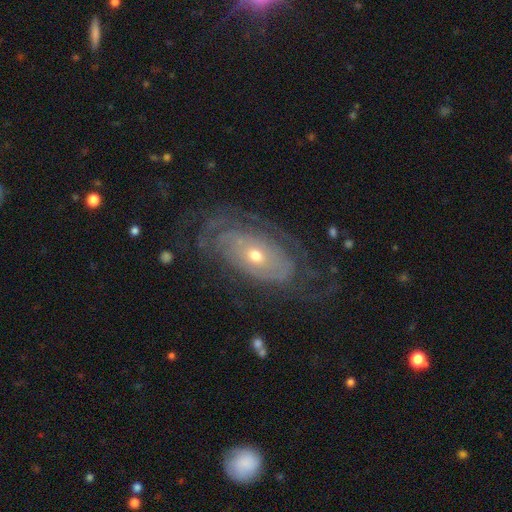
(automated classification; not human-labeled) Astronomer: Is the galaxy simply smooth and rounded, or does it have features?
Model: featured or disk — 80%.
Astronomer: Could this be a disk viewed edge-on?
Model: no — 93%.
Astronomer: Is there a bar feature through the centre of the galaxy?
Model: no — 81%.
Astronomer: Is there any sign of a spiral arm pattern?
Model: yes — 84%.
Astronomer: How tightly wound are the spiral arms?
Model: tight — 69%.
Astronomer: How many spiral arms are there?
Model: can't tell — 48%.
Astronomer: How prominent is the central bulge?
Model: moderate — 51% (runner-up: small, 44%).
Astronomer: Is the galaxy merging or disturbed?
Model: none — 67%.